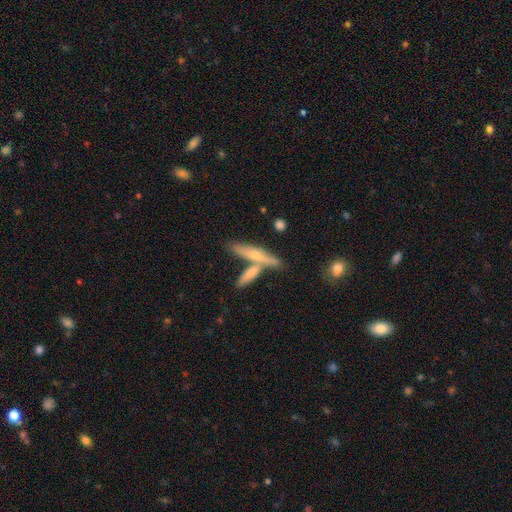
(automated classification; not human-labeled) Smooth or featured?
  - featured or disk: 48% *
  - smooth: 46%
  - star or artifact: 6%
Merging?
  - none: 58% *
  - merger: 29%
  - minor disturbance: 10%
  - major disturbance: 3%